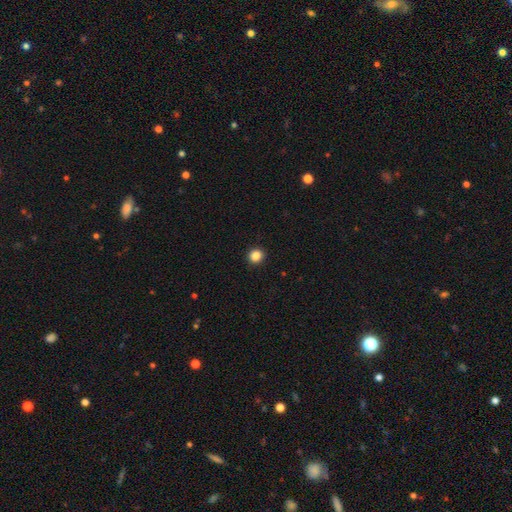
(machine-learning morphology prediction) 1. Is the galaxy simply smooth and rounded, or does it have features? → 86% smooth, 11% star or artifact, 3% featured or disk.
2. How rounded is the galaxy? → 89% round, 11% in between, 1% cigar-shaped.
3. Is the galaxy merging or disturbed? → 93% none, 5% minor disturbance, 2% major disturbance, 1% merger.